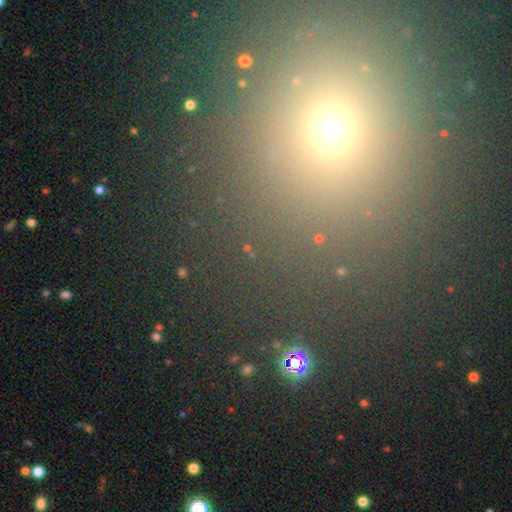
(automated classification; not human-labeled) A star or artifact, not a galaxy (49%).